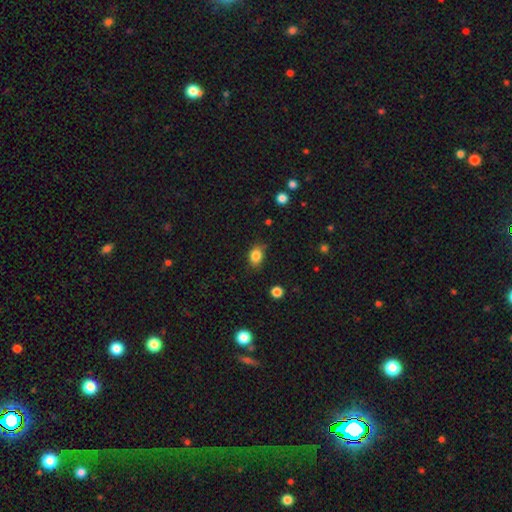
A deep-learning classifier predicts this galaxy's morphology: Smooth or featured?
  - smooth: 84% *
  - star or artifact: 10%
  - featured or disk: 6%
How rounded?
  - in between: 65% *
  - round: 34%
  - cigar-shaped: 1%
Merging?
  - none: 75% *
  - minor disturbance: 19%
  - major disturbance: 3%
  - merger: 2%